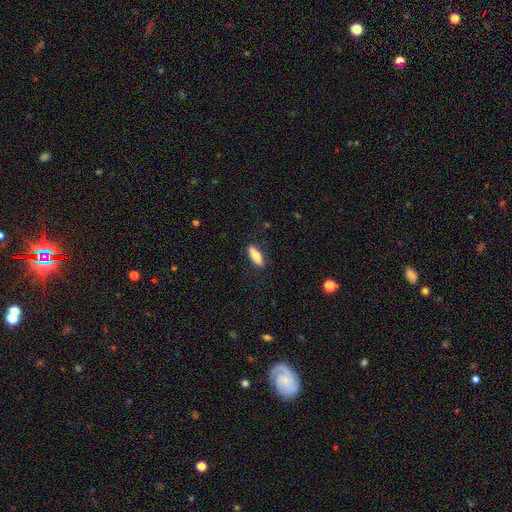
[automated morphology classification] Overall: smooth (79%). How rounded: in between (50%; cigar-shaped 48%). Merging: none (87%).